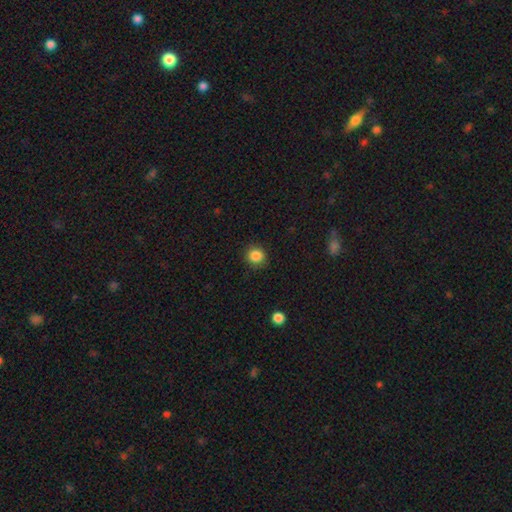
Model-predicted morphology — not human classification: A smooth galaxy with no disk features (86%) that is round (90%). Merging: none (89%).